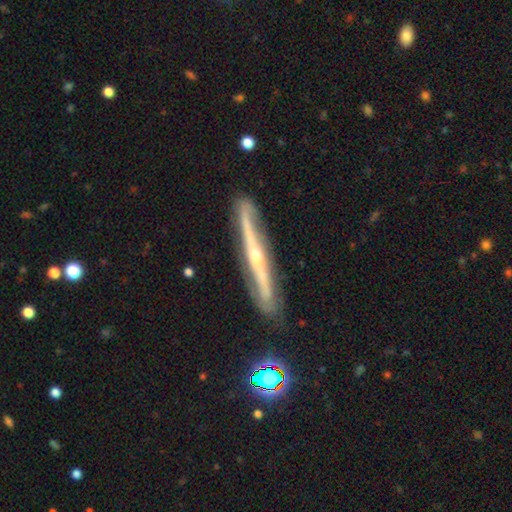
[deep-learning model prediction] Morphology: type=featured or disk (82%); edge-on=yes (87%); edge-on bulge=rounded (79%); merging=none (82%).